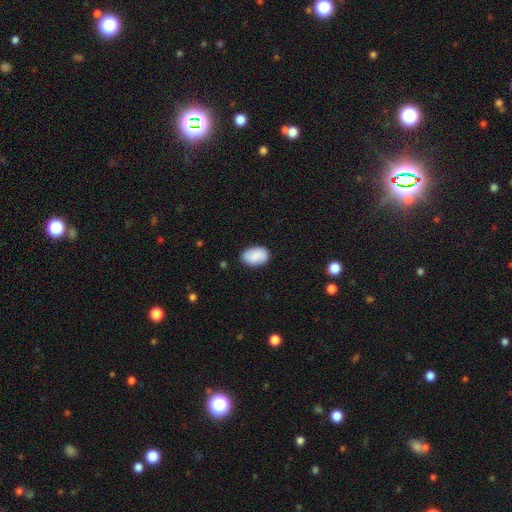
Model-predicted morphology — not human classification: Overall: smooth (85%). How rounded: in between (89%). Merging: none (82%).